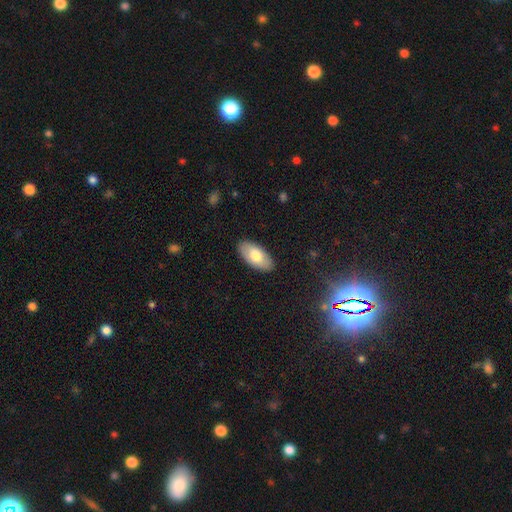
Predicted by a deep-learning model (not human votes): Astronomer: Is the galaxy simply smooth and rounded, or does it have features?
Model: smooth — 72%.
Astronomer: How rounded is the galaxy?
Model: in between — 94%.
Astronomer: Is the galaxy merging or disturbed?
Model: none — 88%.